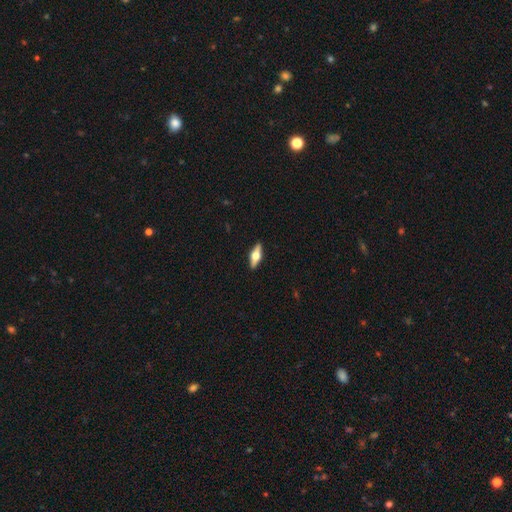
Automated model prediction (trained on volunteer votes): Smooth or featured: featured or disk — 59% (smooth — 35%)
Edge-on disk: yes — 94% (no — 6%)
Edge-on bulge: rounded — 95% (boxy — 3%)
Merging: none — 91% (minor disturbance — 7%)